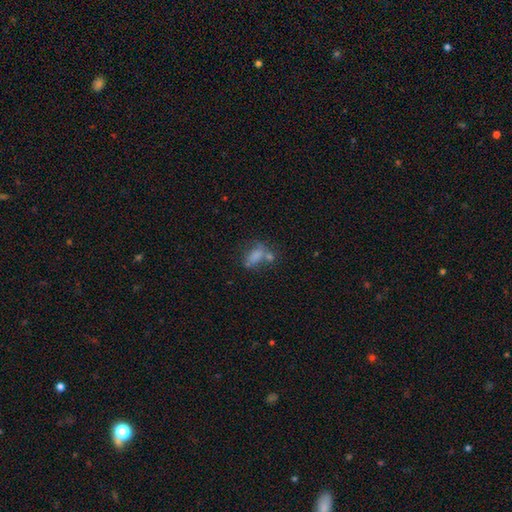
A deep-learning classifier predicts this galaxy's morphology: smooth 64%, featured or disk 23%, star or artifact 14%. Down the decision tree: how rounded — in between (81%); merging — none (32%).